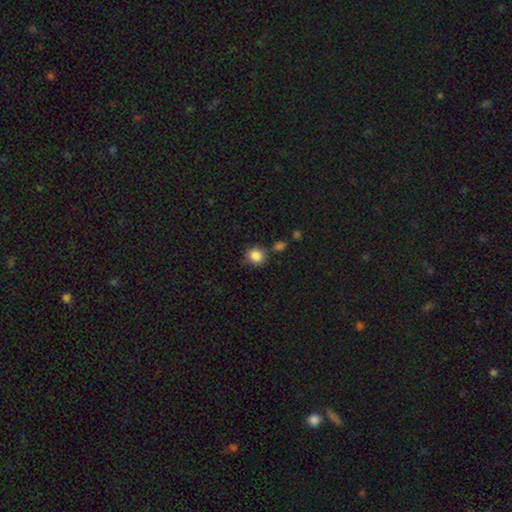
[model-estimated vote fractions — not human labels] smooth-or-featured: smooth: 86% | star or artifact: 9% | featured or disk: 4%
  how-rounded: round: 86% | in between: 13% | cigar-shaped: 1%
  merging: none: 71% | minor disturbance: 16% | merger: 9% | major disturbance: 4%